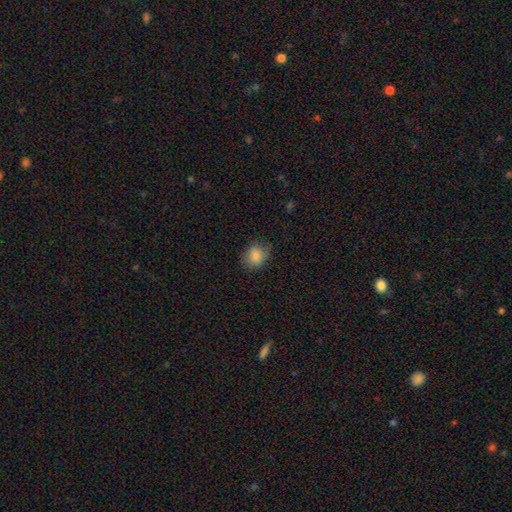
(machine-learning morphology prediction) smooth_or_featured: smooth (p=0.84) [alt: star or artifact p=0.08]
how_rounded: round (p=0.52) [alt: in between p=0.47]
merging: none (p=0.74) [alt: minor disturbance p=0.20]